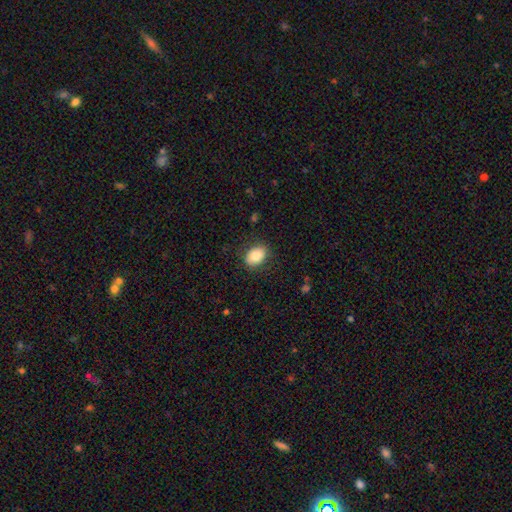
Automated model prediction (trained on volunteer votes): Q: Smooth or featured?
A: smooth (82%); runner-up: featured or disk (10%)
Q: How rounded?
A: in between (78%); runner-up: round (21%)
Q: Merging?
A: none (85%); runner-up: minor disturbance (11%)